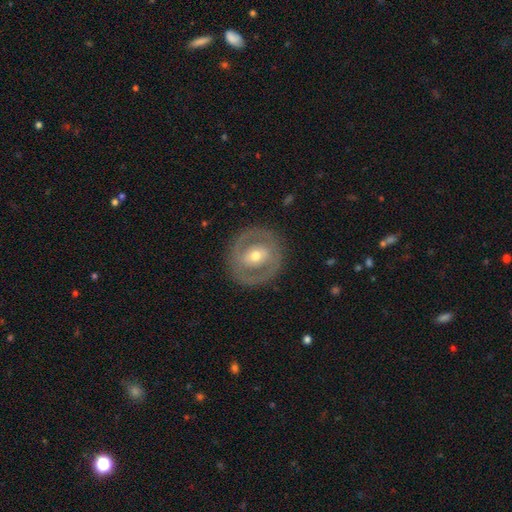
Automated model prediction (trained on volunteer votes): A featured or disk galaxy (67%) with no bar (43%), no spiral arms (62%) and a moderate central bulge (63%).

Vote fractions:
- Smooth or featured? featured or disk: 67% / smooth: 28% / star or artifact: 5%
- Edge-on disk? no: 95% / yes: 5%
- Bar? no: 43% / weak: 34% / strong: 23%
- Spiral arms? no: 62% / yes: 38%
- Bulge size? moderate: 63% / small: 30% / large: 5% / dominant: 1% / none: 1%
- Merging? none: 84% / minor disturbance: 10% / major disturbance: 5% / merger: 1%